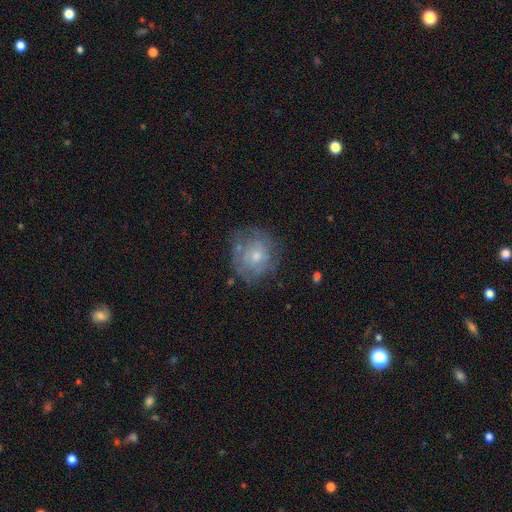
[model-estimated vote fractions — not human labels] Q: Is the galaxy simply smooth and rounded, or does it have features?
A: featured or disk — 55%.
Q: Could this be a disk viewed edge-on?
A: no — 97%.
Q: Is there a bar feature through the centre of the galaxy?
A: no — 82%.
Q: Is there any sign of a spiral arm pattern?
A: yes — 65%.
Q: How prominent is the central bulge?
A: small — 49%.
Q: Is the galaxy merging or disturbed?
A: none — 69%.